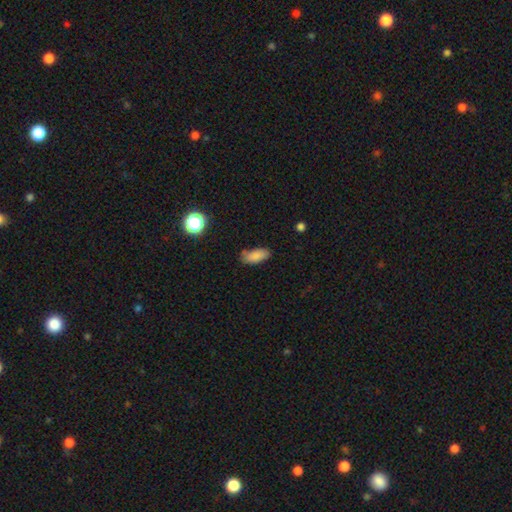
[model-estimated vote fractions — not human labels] smooth_or_featured: smooth (p=0.84) [alt: star or artifact p=0.09]
how_rounded: in between (p=0.84) [alt: cigar-shaped p=0.13]
merging: none (p=0.74) [alt: minor disturbance p=0.18]